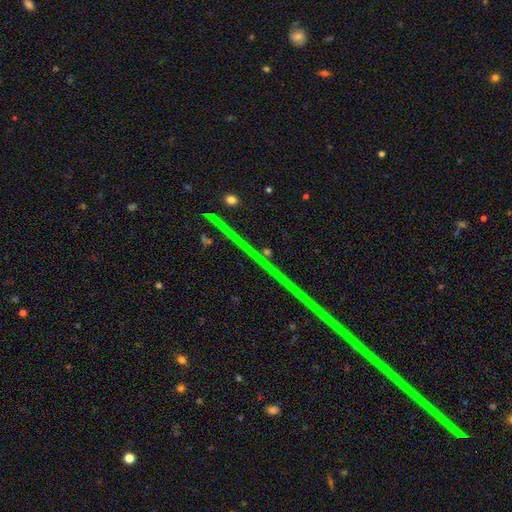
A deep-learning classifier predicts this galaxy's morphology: smooth-or-featured: star or artifact: 89% | featured or disk: 6% | smooth: 5%